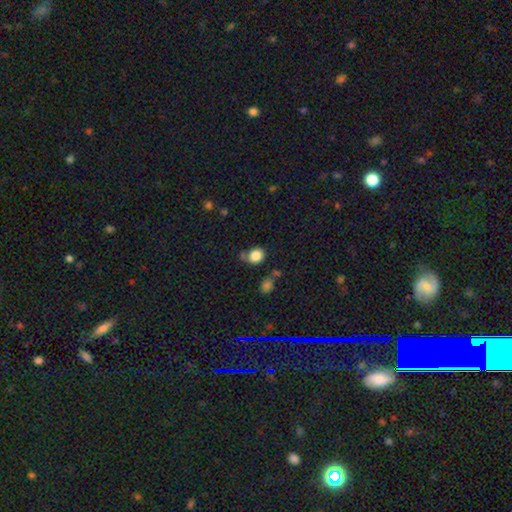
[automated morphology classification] This is clearly a smooth galaxy (84%). How rounded: likely round (65%). Merging: likely none (61%).